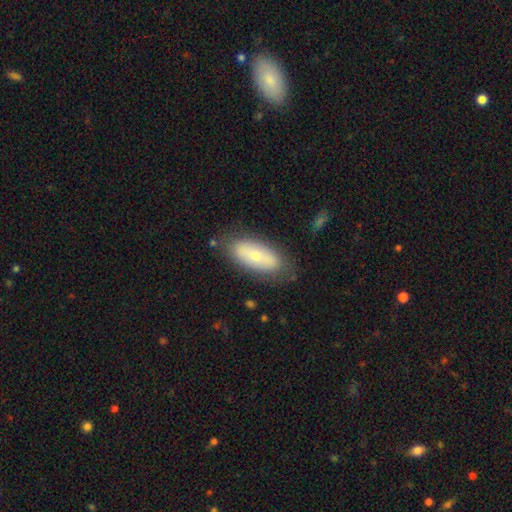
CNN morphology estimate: smooth-or-featured: smooth: 58% | featured or disk: 35% | star or artifact: 6%
  how-rounded: in between: 84% | cigar-shaped: 14% | round: 2%
  merging: none: 79% | minor disturbance: 15% | major disturbance: 4% | merger: 2%